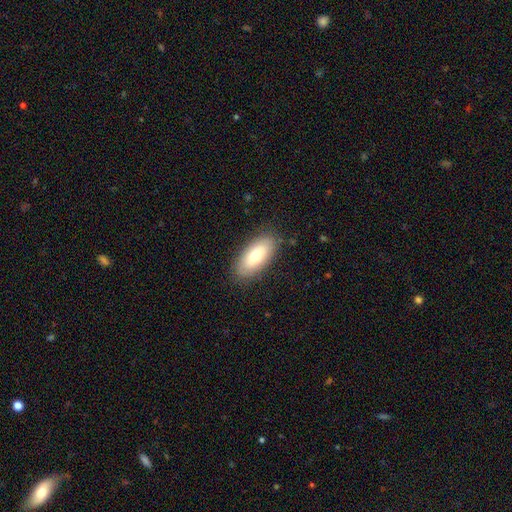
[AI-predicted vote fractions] The model was most divided on "smooth or featured": smooth: 76%, featured or disk: 18%, star or artifact: 6%. More confident: how rounded — in between (87%); merging — none (85%).